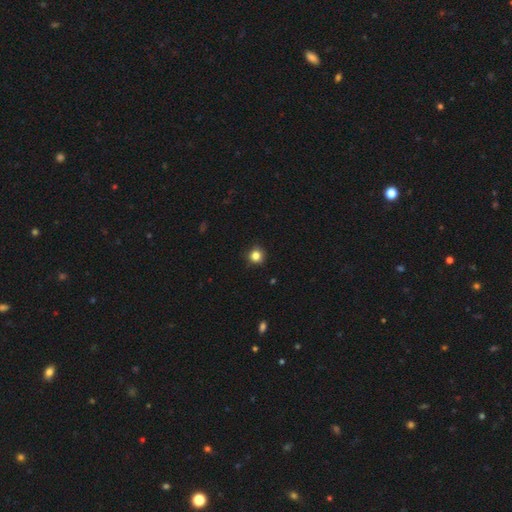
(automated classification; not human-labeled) Smooth or featured?
  - smooth: 83% *
  - star or artifact: 12%
  - featured or disk: 5%
How rounded?
  - round: 92% *
  - in between: 7%
  - cigar-shaped: 1%
Merging?
  - none: 88% *
  - minor disturbance: 9%
  - major disturbance: 2%
  - merger: 1%